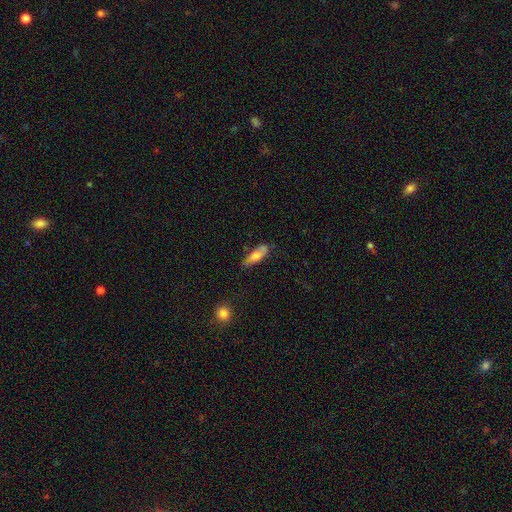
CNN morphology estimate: Smooth or featured? Predicted: smooth (p=0.65). How rounded? Predicted: in between (p=0.62). Merging? Predicted: none (p=0.65).